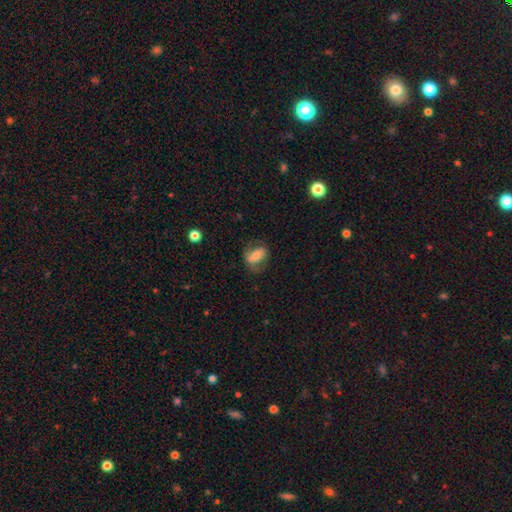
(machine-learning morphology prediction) type=smooth (48%); merging=none (65%).